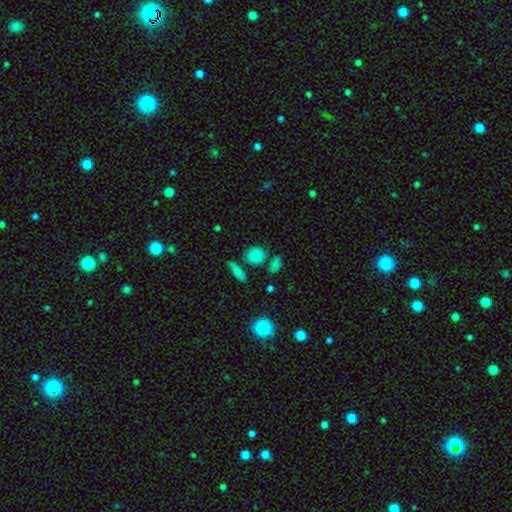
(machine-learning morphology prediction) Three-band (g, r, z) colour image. It shows a smooth galaxy with no disk features (78%) that is round (66%). Merging: none (69%).